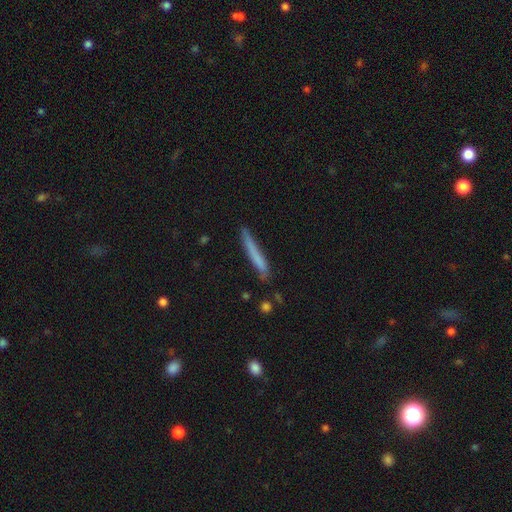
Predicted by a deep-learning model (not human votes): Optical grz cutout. It shows a smooth galaxy with no disk features (68%) that is cigar-shaped (96%). Merging: none (78%).